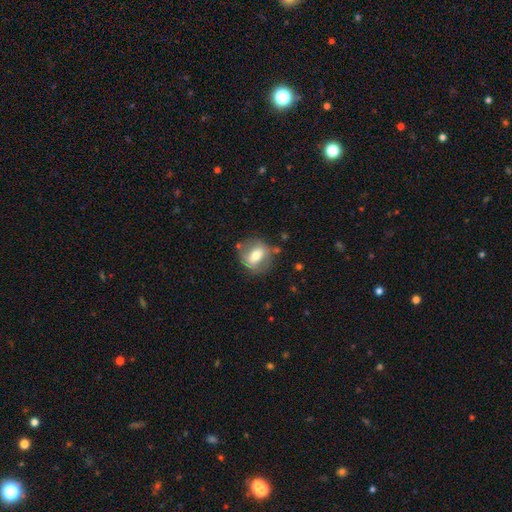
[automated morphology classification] Overall: smooth (54%; featured or disk 39%). How rounded: round (61%; in between 37%). Merging: none (70%).